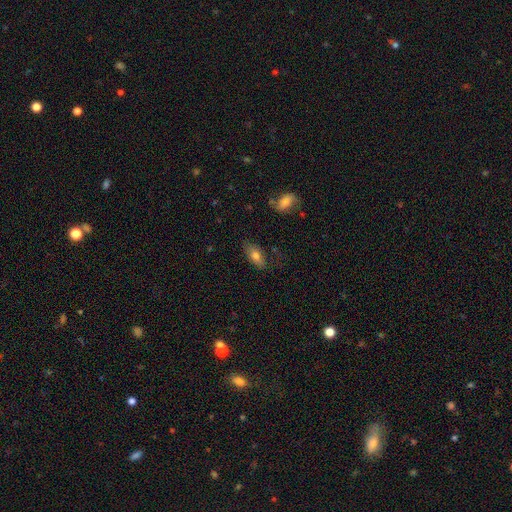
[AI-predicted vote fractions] smooth 73%, featured or disk 19%, star or artifact 8%. Down the decision tree: how rounded — in between (86%); merging — none (73%).